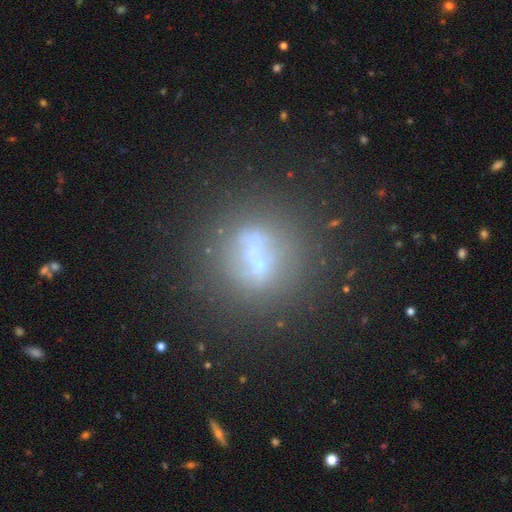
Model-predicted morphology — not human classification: Q: Smooth or featured?
A: featured or disk (46%); runner-up: smooth (33%)
Q: Merging?
A: none (60%); runner-up: merger (15%)